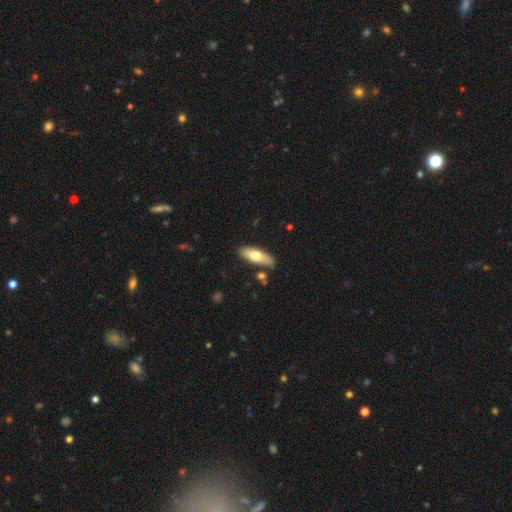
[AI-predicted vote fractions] Smooth or featured?
  - smooth: 64% *
  - featured or disk: 31%
  - star or artifact: 6%
How rounded?
  - in between: 62% *
  - cigar-shaped: 35%
  - round: 2%
Merging?
  - none: 83% *
  - minor disturbance: 11%
  - merger: 4%
  - major disturbance: 2%